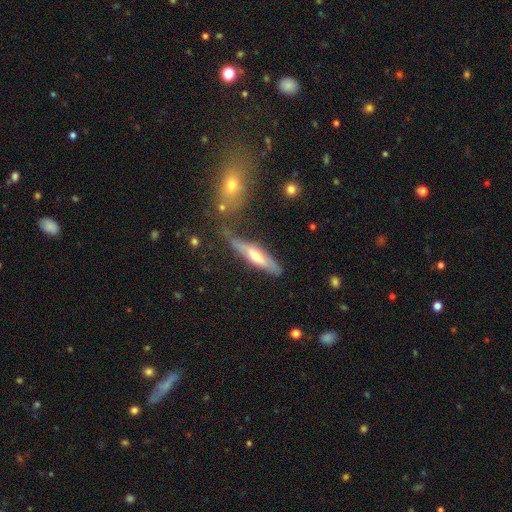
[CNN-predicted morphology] featured or disk 54%, smooth 40%, star or artifact 6%. Down the decision tree: edge-on disk — yes (69%); merging — none (61%).